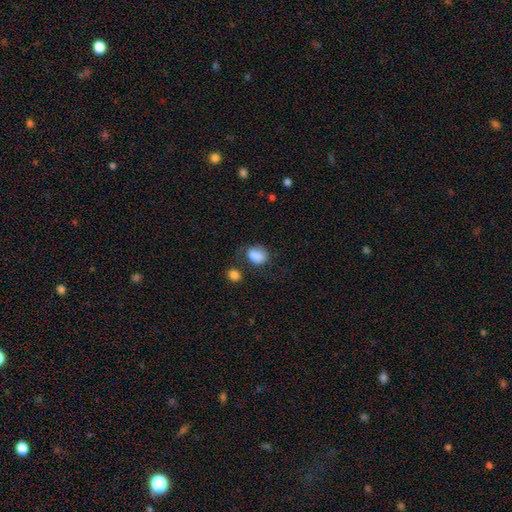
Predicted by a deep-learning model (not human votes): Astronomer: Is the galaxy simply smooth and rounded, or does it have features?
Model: smooth — 83%.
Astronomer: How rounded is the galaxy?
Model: in between — 60% (runner-up: round, 39%).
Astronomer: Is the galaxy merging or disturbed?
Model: none — 47% (runner-up: minor disturbance, 27%).